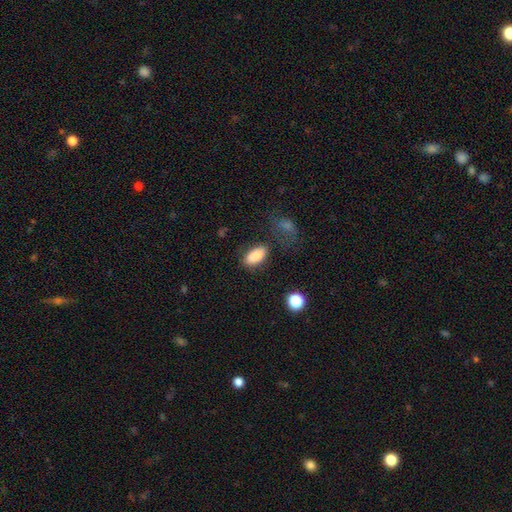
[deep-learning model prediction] Overall: smooth (87%). How rounded: in between (91%). Merging: none (78%).